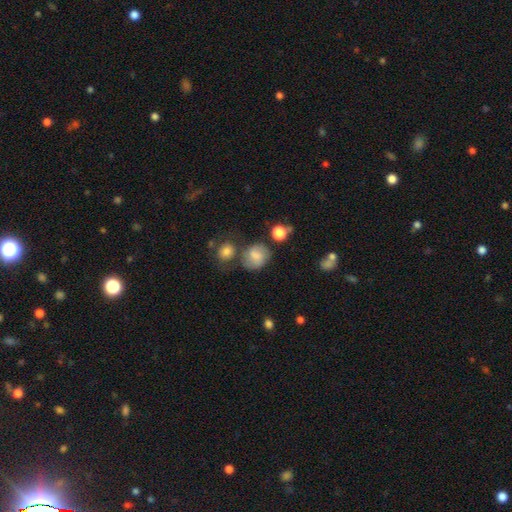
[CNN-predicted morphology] A smooth galaxy with no disk features (63%) that is round (69%). Merging: none (60%).